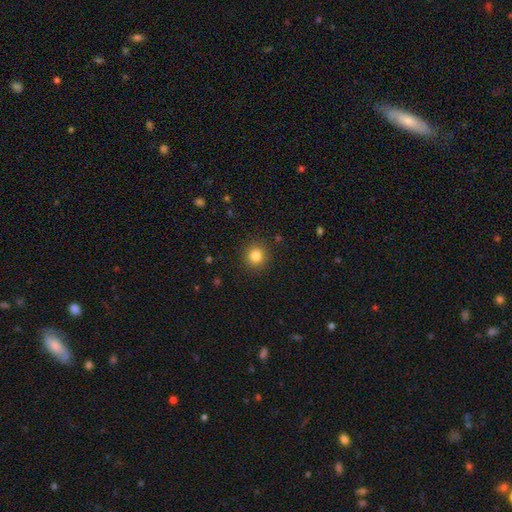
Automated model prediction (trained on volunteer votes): smooth-or-featured: smooth: 83% | star or artifact: 11% | featured or disk: 5%
  how-rounded: round: 91% | in between: 8% | cigar-shaped: 1%
  merging: none: 90% | minor disturbance: 7% | major disturbance: 3% | merger: 1%